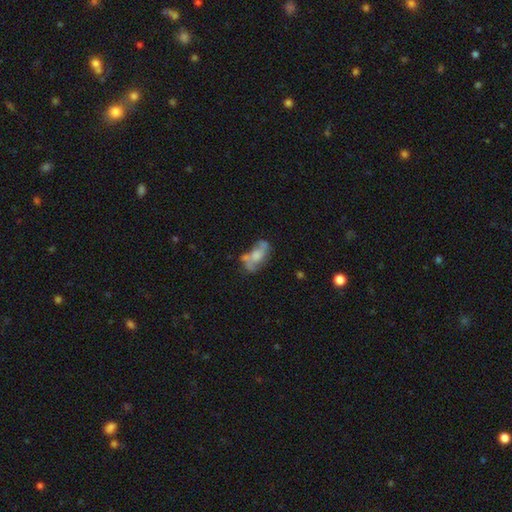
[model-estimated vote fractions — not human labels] This appears to be a featured or disk galaxy (52%). Merging: none (39%).